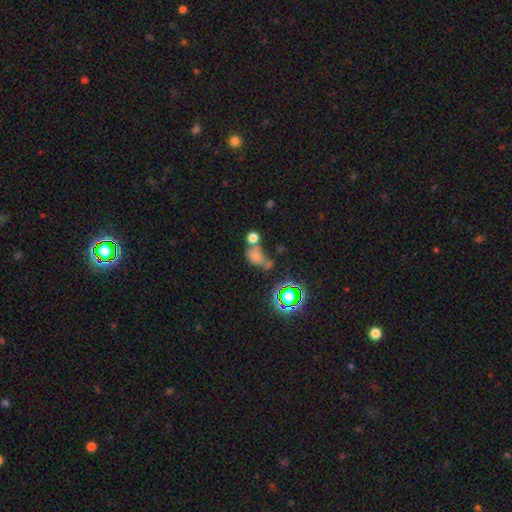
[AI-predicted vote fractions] This appears to be a smooth galaxy with no disk features (64%) that is in between round and cigar-shaped (54%). Merging: merger (48%).